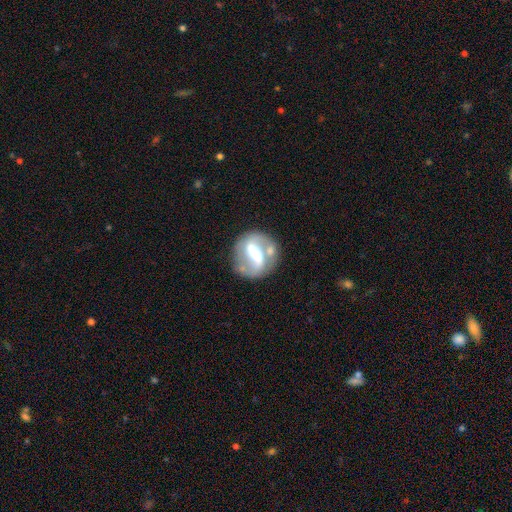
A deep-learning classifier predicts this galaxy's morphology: smooth_or_featured: featured or disk (p=0.71) [alt: smooth p=0.22]
disk_edge_on: no (p=0.95) [alt: yes p=0.05]
bar: strong (p=0.63) [alt: weak p=0.26]
has_spiral_arms: yes (p=0.63) [alt: no p=0.37]
bulge_size: moderate (p=0.44) [alt: large p=0.27]
merging: none (p=0.59) [alt: minor disturbance p=0.17]